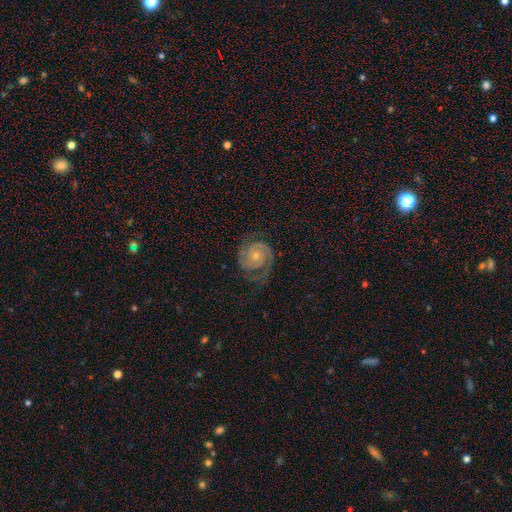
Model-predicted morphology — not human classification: featured or disk 89%, smooth 6%, star or artifact 5%. Down the decision tree: edge-on disk — no (98%); bar — no (75%); spiral arms — yes (98%); spiral arm count — 2 (86%); spiral winding — tight (62%); bulge size — small (57%); merging — none (73%).